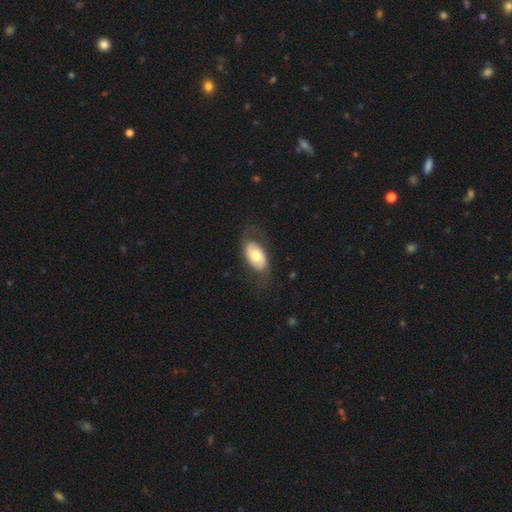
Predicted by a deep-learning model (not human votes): Smooth or featured? smooth (54%)
How rounded? in between (93%)
Merging? none (70%)